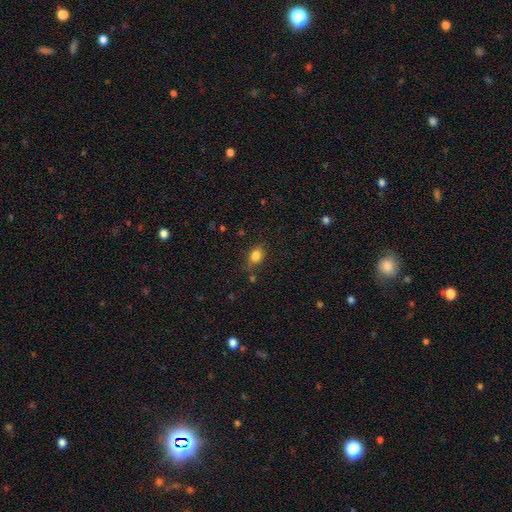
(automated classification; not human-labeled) Smooth or featured? smooth (83%)
How rounded? in between (56%)
Merging? none (75%)